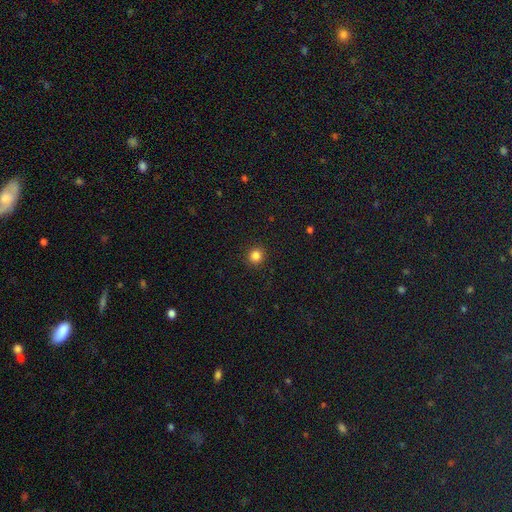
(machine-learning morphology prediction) Smooth or featured? Predicted: smooth (p=0.84). How rounded? Predicted: round (p=0.92). Merging? Predicted: none (p=0.92).